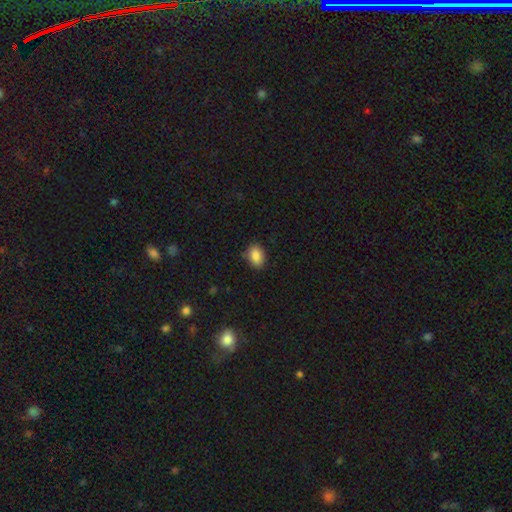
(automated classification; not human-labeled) Smooth or featured? Predicted: smooth (p=0.87). How rounded? Predicted: in between (p=0.80). Merging? Predicted: none (p=0.81).